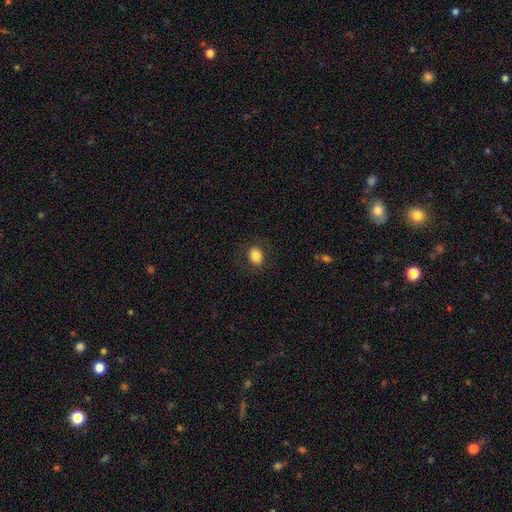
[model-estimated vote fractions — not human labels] Morphology: type=smooth (83%); roundness=in between (56%); merging=none (85%).